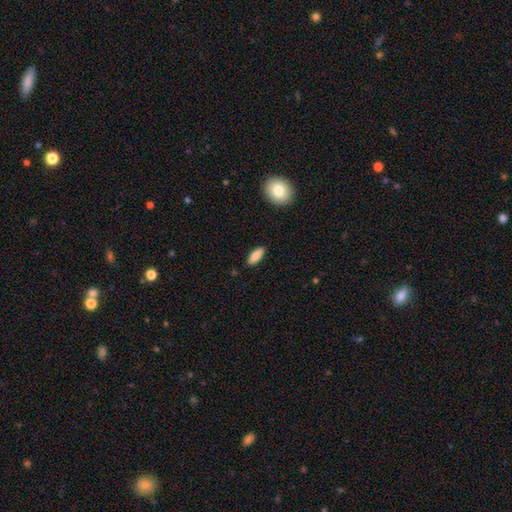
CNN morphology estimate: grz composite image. It shows a smooth galaxy with no disk features (86%) that is in between round and cigar-shaped (67%). Merging: none (88%).